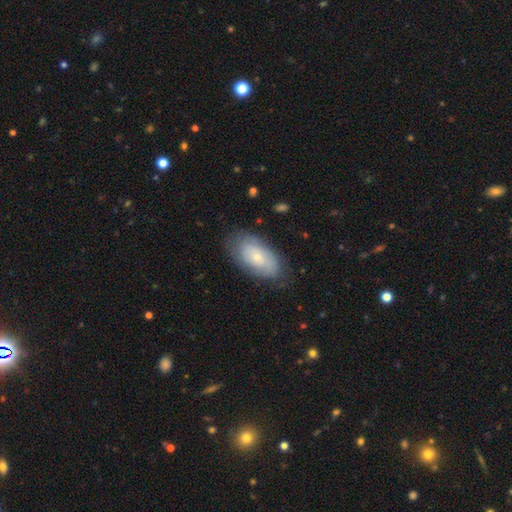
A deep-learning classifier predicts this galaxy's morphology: The model was most divided on "smooth or featured": smooth: 52%, featured or disk: 41%, star or artifact: 7%. More confident: how rounded — in between (92%); merging — none (75%).